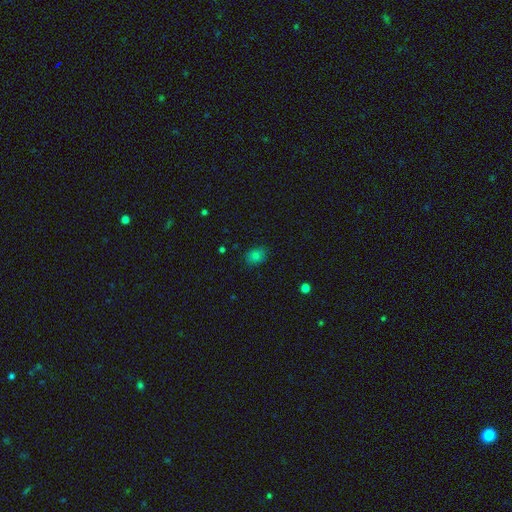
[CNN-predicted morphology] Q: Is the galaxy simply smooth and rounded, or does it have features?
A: smooth — 80%.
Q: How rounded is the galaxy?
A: in between — 63%.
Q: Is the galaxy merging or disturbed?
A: none — 82%.